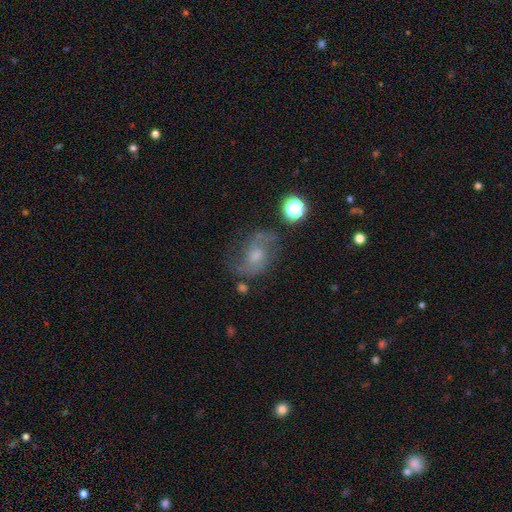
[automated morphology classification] Smooth or featured? featured or disk (66%)
Edge-on disk? no (96%)
Bar? no (56%)
Spiral arms? yes (89%)
Spiral winding? medium (45%)
Spiral arm count? 2 (84%)
Bulge size? moderate (46%)
Merging? none (64%)